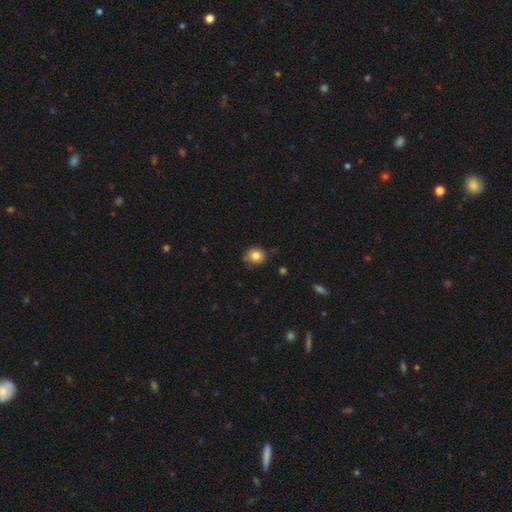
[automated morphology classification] type=smooth (82%); roundness=round (73%); merging=none (74%).